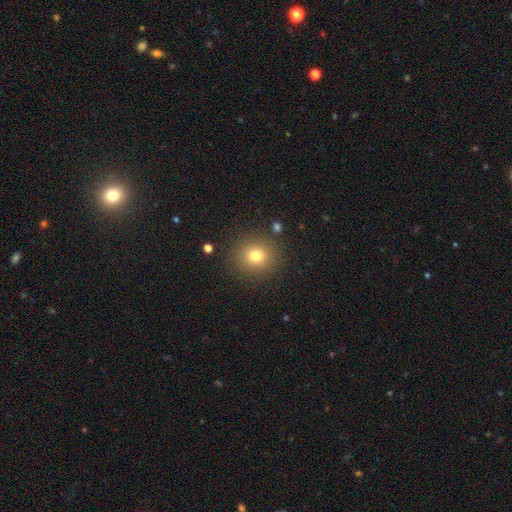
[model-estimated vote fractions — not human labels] smooth-or-featured: smooth: 77% | star or artifact: 14% | featured or disk: 9%
  how-rounded: round: 86% | in between: 13% | cigar-shaped: 1%
  merging: none: 88% | minor disturbance: 7% | major disturbance: 3% | merger: 2%